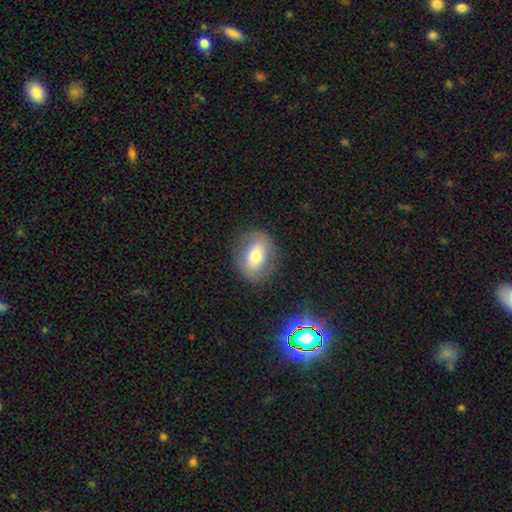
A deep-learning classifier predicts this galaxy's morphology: This appears to be a smooth galaxy with no disk features (63%) that is in between round and cigar-shaped (60%). Merging: none (81%).